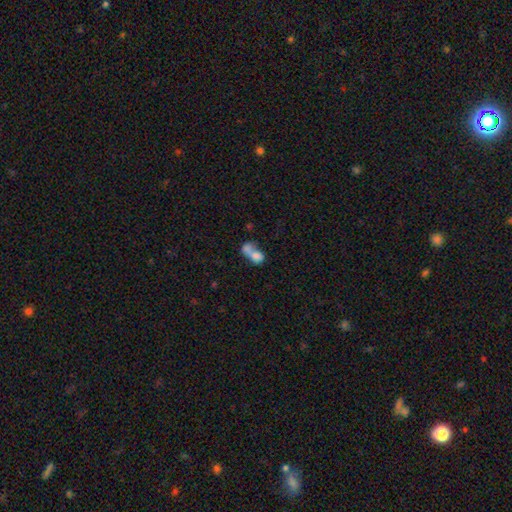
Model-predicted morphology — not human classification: Overall: smooth (69%). How rounded: in between (68%; round 28%). Merging: merger (71%).